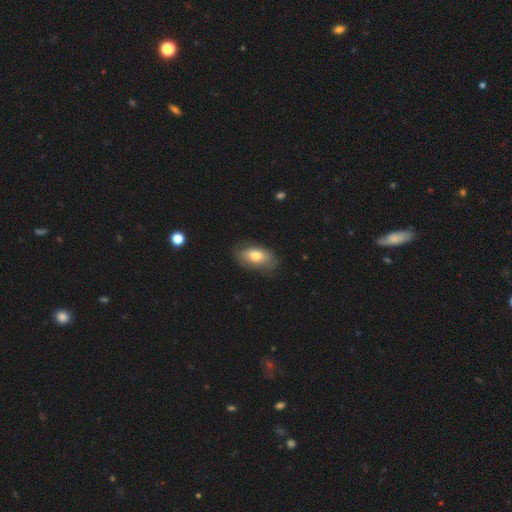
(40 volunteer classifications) Volunteers were most divided on "smooth or featured": smooth: 65%, featured or disk: 28%, star or artifact: 8%. More confident: how rounded — in between (81%); merging — none (78%).